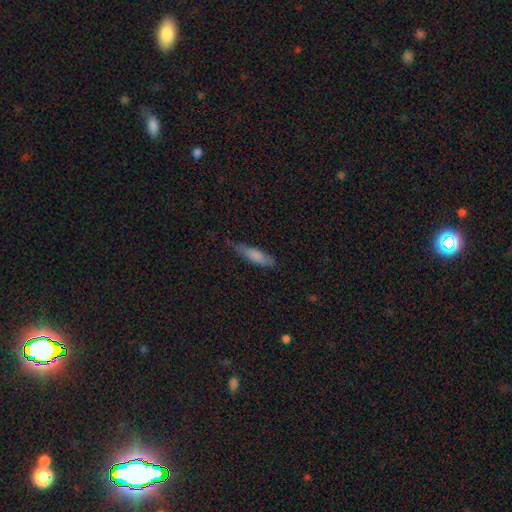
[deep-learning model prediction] Smooth or featured?
  - smooth: 78% *
  - featured or disk: 16%
  - star or artifact: 6%
How rounded?
  - cigar-shaped: 73% *
  - in between: 26%
  - round: 2%
Merging?
  - none: 68% *
  - minor disturbance: 25%
  - major disturbance: 5%
  - merger: 2%